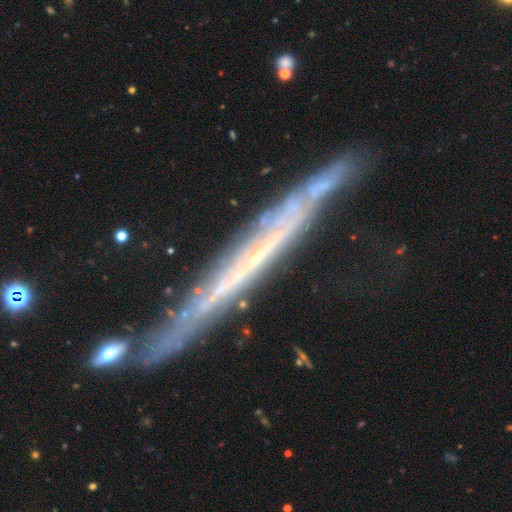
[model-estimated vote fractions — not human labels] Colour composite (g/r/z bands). It shows a featured or disk galaxy (75%) viewed edge-on (87%) with no central bulge (87%). Merging: none (67%).